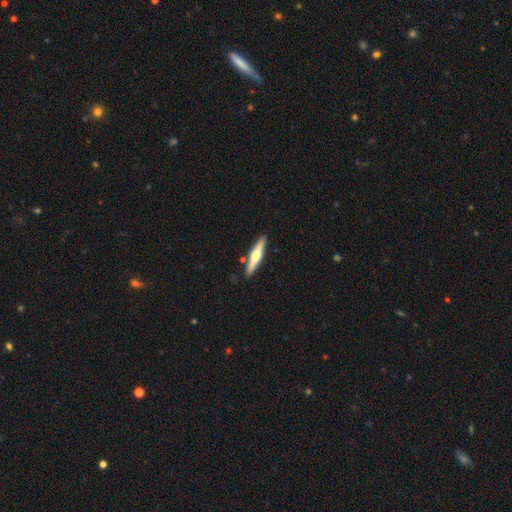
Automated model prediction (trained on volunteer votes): Smooth or featured: featured or disk — 53% (smooth — 42%)
Edge-on disk: yes — 96% (no — 4%)
Edge-on bulge: rounded — 90% (none — 6%)
Merging: none — 88% (minor disturbance — 8%)